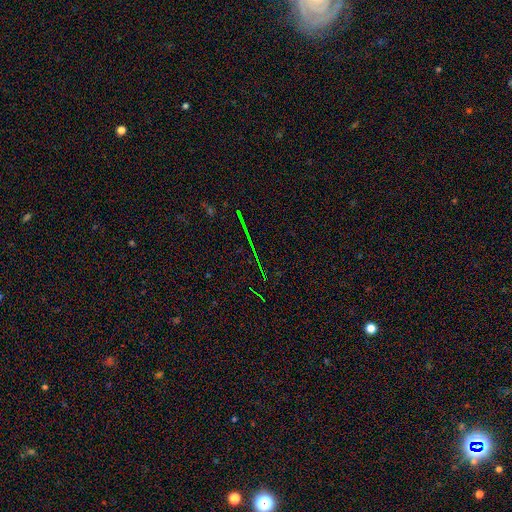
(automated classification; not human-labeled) This is likely a star or artifact rather than a galaxy (64%).